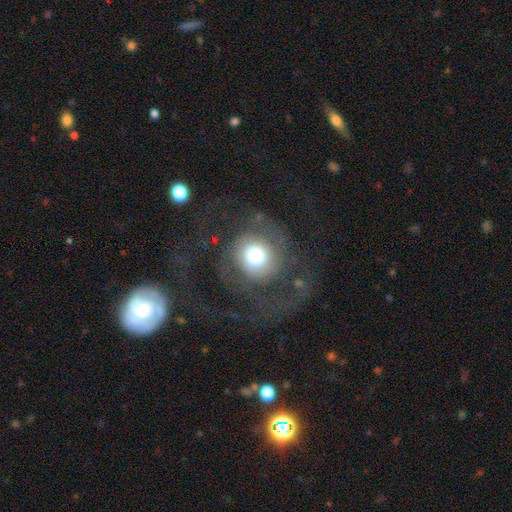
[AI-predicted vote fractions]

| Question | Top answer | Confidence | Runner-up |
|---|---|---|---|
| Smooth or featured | smooth | 52% | featured or disk (38%) |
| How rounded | round | 88% | in between (11%) |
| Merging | none | 48% | major disturbance (35%) |